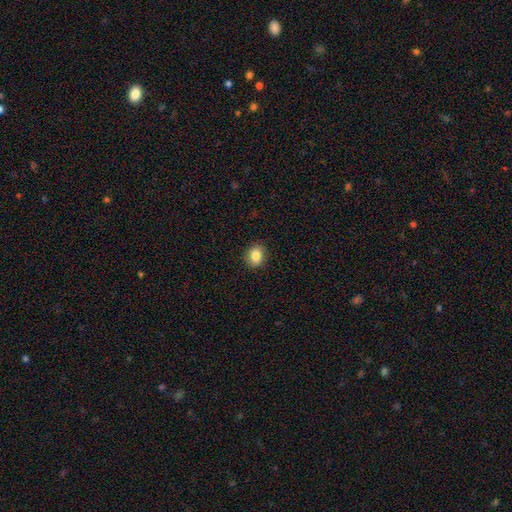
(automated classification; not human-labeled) Morphology: type=smooth (84%); roundness=in between (50%); merging=none (89%).